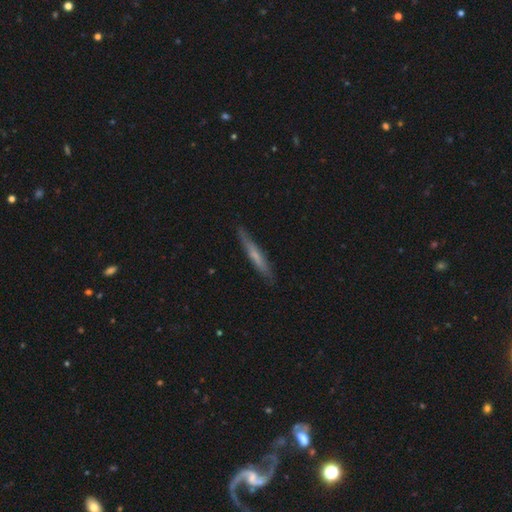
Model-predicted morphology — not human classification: The model was most divided on "smooth or featured": smooth: 52%, featured or disk: 42%, star or artifact: 6%. More confident: how rounded — cigar-shaped (95%); merging — none (87%).